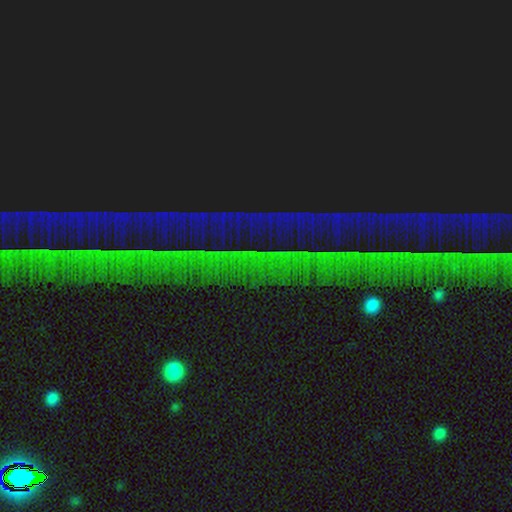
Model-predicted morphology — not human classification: smooth_or_featured: star or artifact (p=0.87) [alt: featured or disk p=0.07]